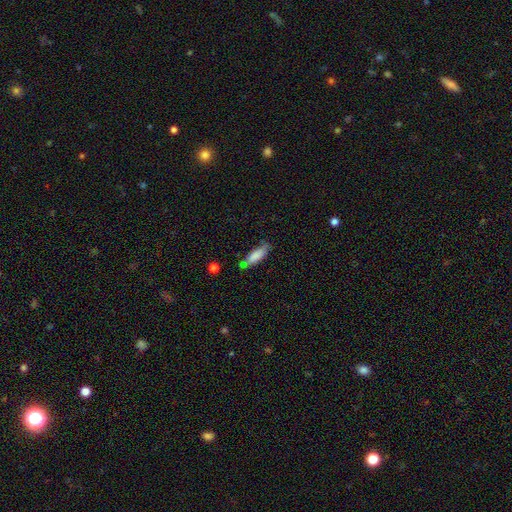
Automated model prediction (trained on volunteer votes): Q: Smooth or featured?
A: smooth (80%); runner-up: featured or disk (14%)
Q: How rounded?
A: cigar-shaped (50%); runner-up: in between (48%)
Q: Merging?
A: none (58%); runner-up: minor disturbance (25%)